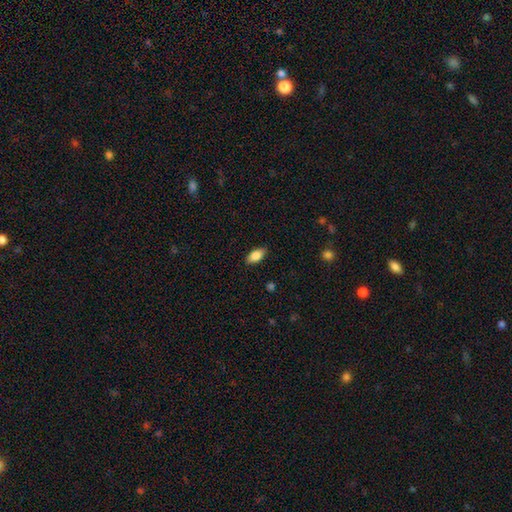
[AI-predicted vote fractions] The model was most divided on "smooth or featured": smooth: 84%, featured or disk: 9%, star or artifact: 7%. More confident: how rounded — in between (90%); merging — none (87%).